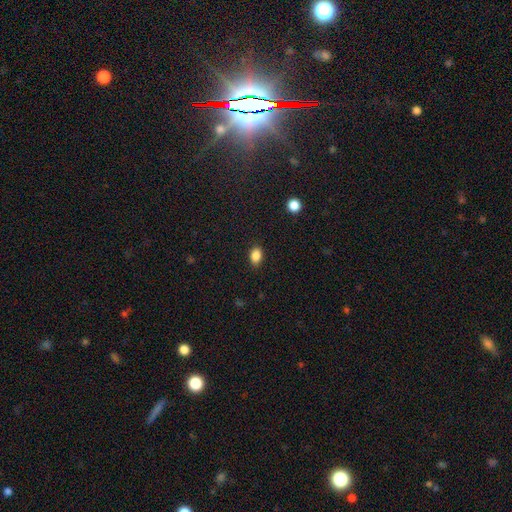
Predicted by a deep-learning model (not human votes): smooth 87%, star or artifact 9%, featured or disk 4%. Down the decision tree: how rounded — in between (80%); merging — none (87%).